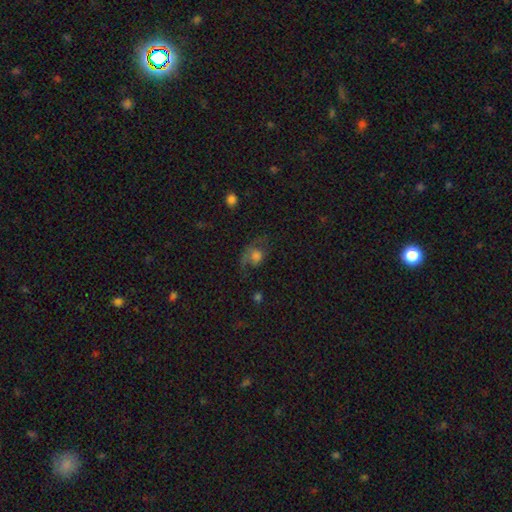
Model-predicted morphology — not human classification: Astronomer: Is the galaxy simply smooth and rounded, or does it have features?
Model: smooth — 54% (runner-up: featured or disk, 32%).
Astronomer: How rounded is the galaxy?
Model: round — 52% (runner-up: in between, 46%).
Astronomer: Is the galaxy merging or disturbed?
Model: major disturbance — 39% (runner-up: none, 36%).